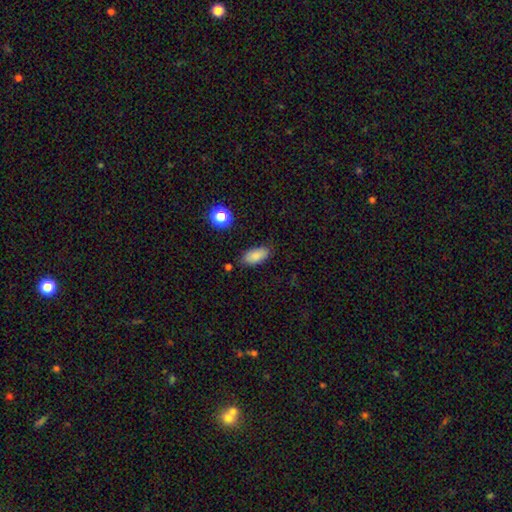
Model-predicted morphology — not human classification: type=smooth (85%); roundness=in between (89%); merging=none (79%).